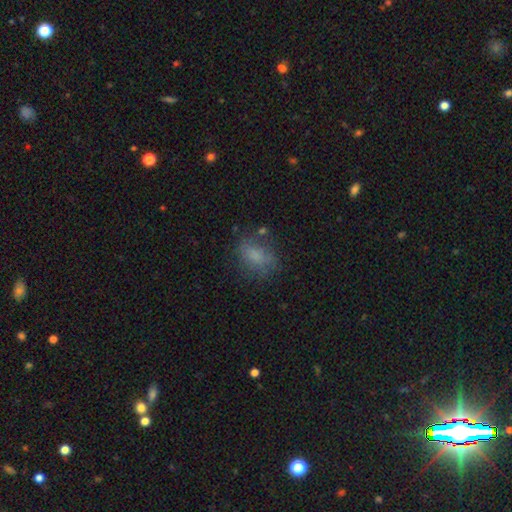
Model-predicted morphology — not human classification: Smooth or featured: smooth — 71% (featured or disk — 16%)
How rounded: in between — 77% (round — 19%)
Merging: none — 64% (minor disturbance — 21%)